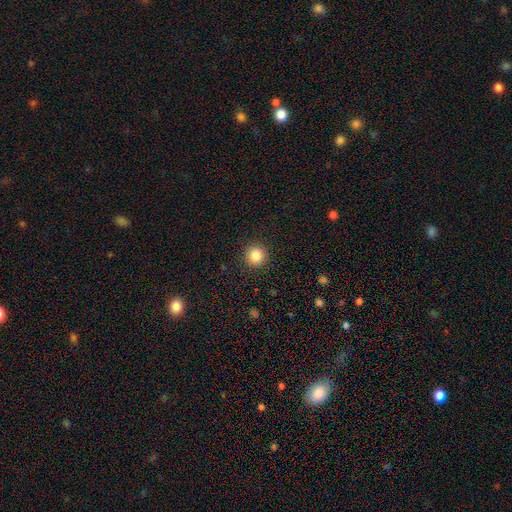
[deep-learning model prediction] smooth 86%, star or artifact 10%, featured or disk 4%. Down the decision tree: how rounded — round (94%); merging — none (92%).